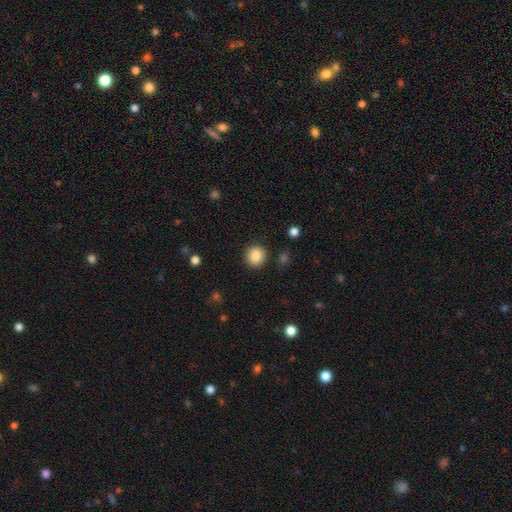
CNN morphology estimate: This is clearly a smooth galaxy (87%). How rounded: clearly round (92%). Merging: clearly none (90%).